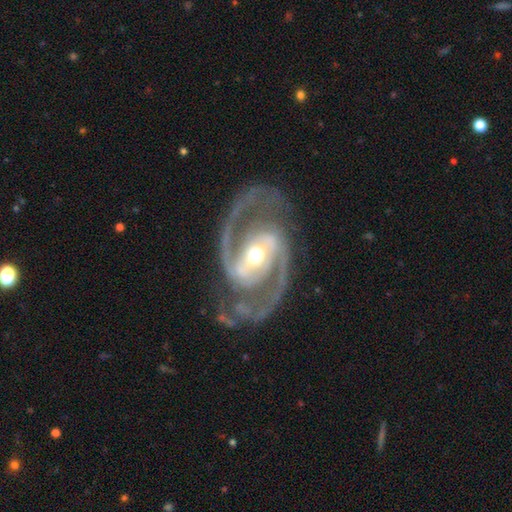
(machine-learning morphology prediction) Q: Smooth or featured?
A: featured or disk (94%); runner-up: star or artifact (4%)
Q: Edge-on disk?
A: no (98%); runner-up: yes (2%)
Q: Bar?
A: strong (41%); runner-up: weak (36%)
Q: Spiral arms?
A: yes (98%); runner-up: no (2%)
Q: Spiral winding?
A: medium (62%); runner-up: tight (26%)
Q: Spiral arm count?
A: 2 (93%); runner-up: 3 (2%)
Q: Bulge size?
A: moderate (70%); runner-up: small (21%)
Q: Merging?
A: none (75%); runner-up: minor disturbance (15%)